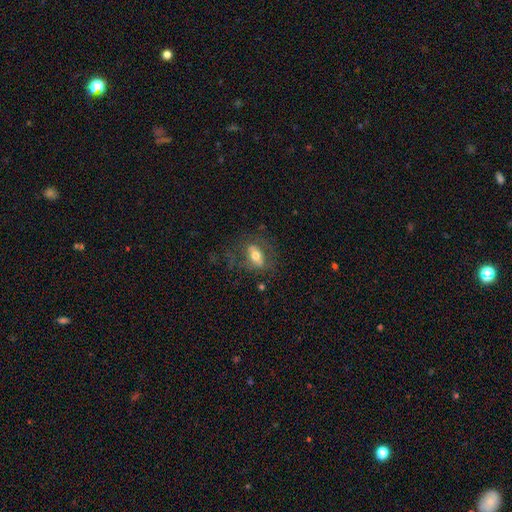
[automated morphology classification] smooth_or_featured: smooth (p=0.52) [alt: featured or disk p=0.39]
how_rounded: in between (p=0.79) [alt: round p=0.15]
merging: none (p=0.64) [alt: minor disturbance p=0.19]